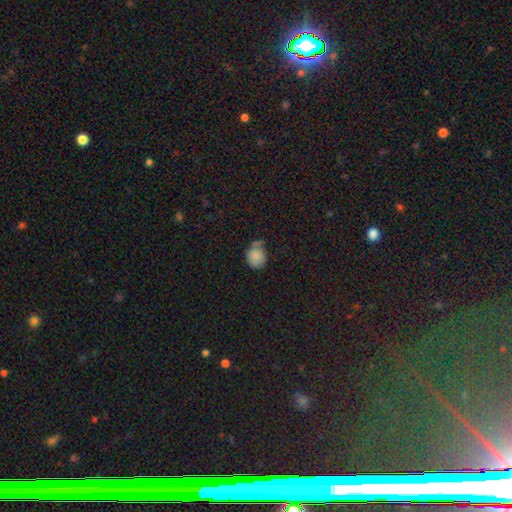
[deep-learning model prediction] smooth_or_featured: smooth (p=0.81) [alt: star or artifact p=0.11]
how_rounded: round (p=0.65) [alt: in between p=0.34]
merging: none (p=0.49) [alt: minor disturbance p=0.30]